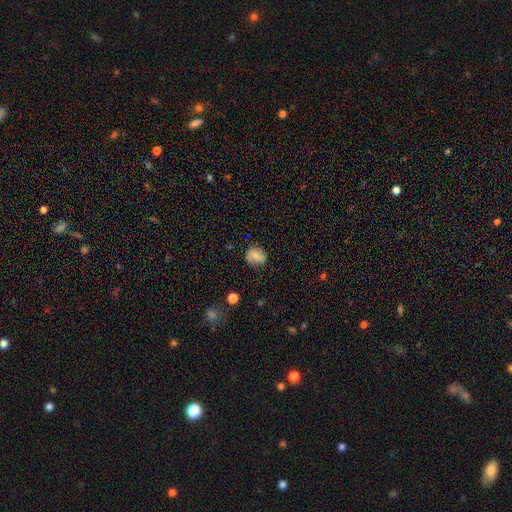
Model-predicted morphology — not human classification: The model was most divided on "smooth or featured": smooth: 52%, featured or disk: 39%, star or artifact: 9%. More confident: merging — none (76%); how rounded — round (67%).